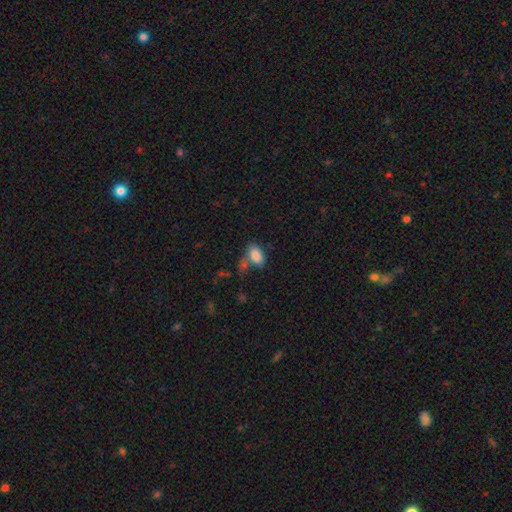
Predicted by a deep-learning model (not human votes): Smooth or featured? Predicted: smooth (p=0.85). How rounded? Predicted: in between (p=0.92). Merging? Predicted: none (p=0.47).